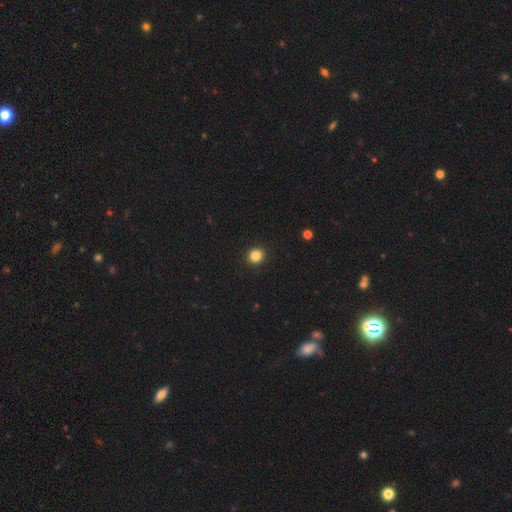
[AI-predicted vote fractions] Smooth or featured?
  - smooth: 85% *
  - star or artifact: 12%
  - featured or disk: 4%
How rounded?
  - round: 89% *
  - in between: 10%
  - cigar-shaped: 1%
Merging?
  - none: 93% *
  - minor disturbance: 4%
  - major disturbance: 1%
  - merger: 1%